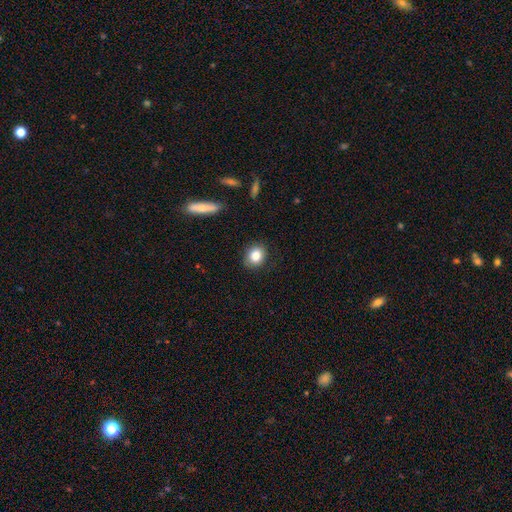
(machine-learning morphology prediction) type=smooth (85%); roundness=round (62%); merging=none (86%).